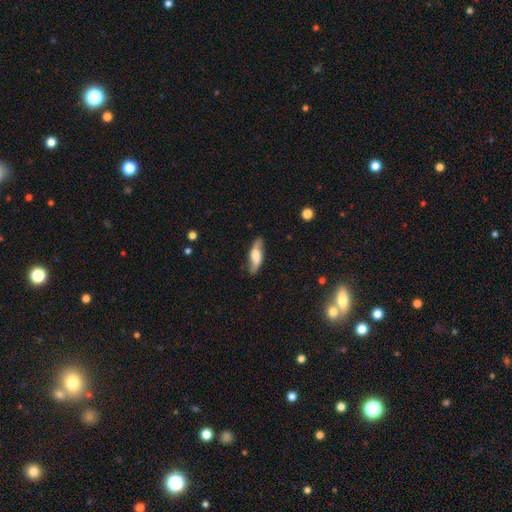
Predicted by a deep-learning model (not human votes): A featured or disk galaxy (53%).

Vote fractions:
- Smooth or featured? featured or disk: 53% / smooth: 41% / star or artifact: 6%
- Edge-on disk? no: 65% / yes: 35%
- Merging? none: 83% / minor disturbance: 13% / major disturbance: 3% / merger: 1%